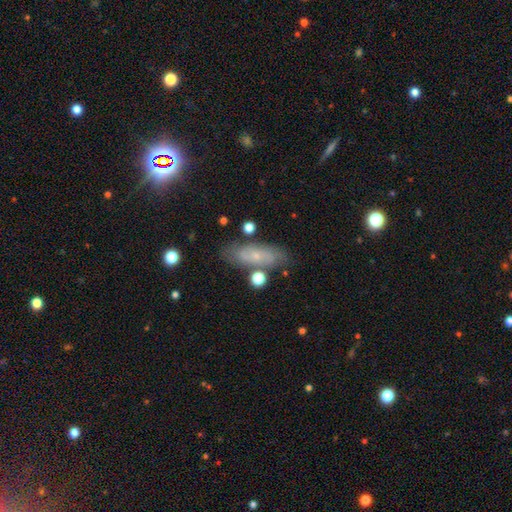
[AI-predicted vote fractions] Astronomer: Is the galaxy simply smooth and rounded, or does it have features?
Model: smooth — 50% (runner-up: featured or disk, 41%).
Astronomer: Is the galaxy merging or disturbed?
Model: none — 74%.